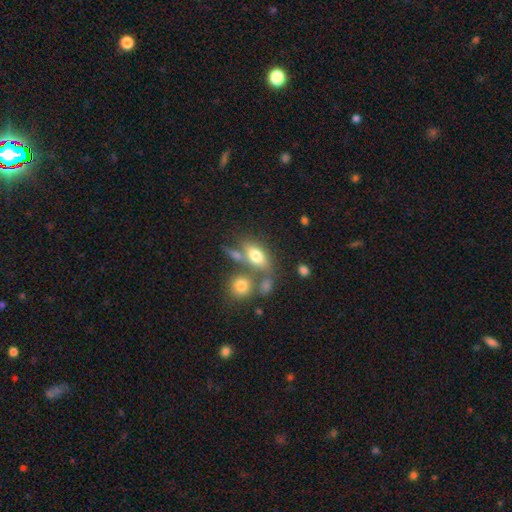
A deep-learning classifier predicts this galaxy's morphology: smooth_or_featured: smooth (p=0.70) [alt: featured or disk p=0.20]
how_rounded: in between (p=0.80) [alt: round p=0.11]
merging: none (p=0.45) [alt: merger p=0.33]